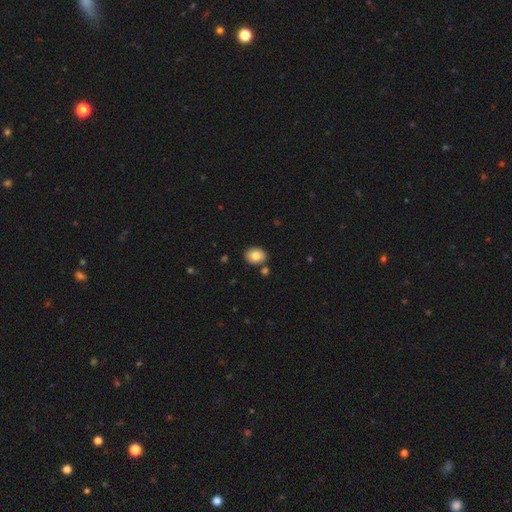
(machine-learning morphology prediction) A smooth galaxy with no disk features (85%) that is in between round and cigar-shaped (64%). Merging: none (80%).